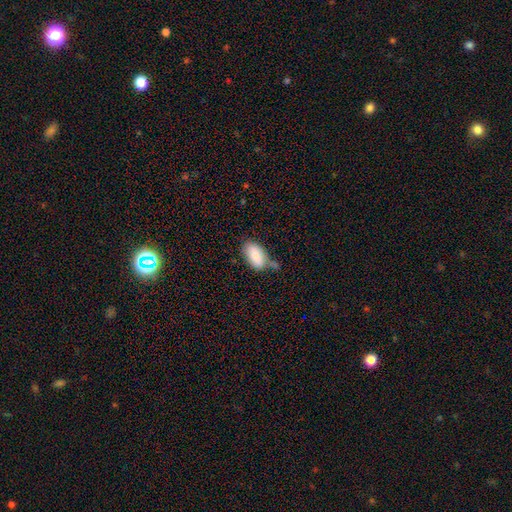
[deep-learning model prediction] Smooth or featured: smooth — 85% (featured or disk — 9%)
How rounded: in between — 94% (round — 3%)
Merging: none — 53% (minor disturbance — 25%)